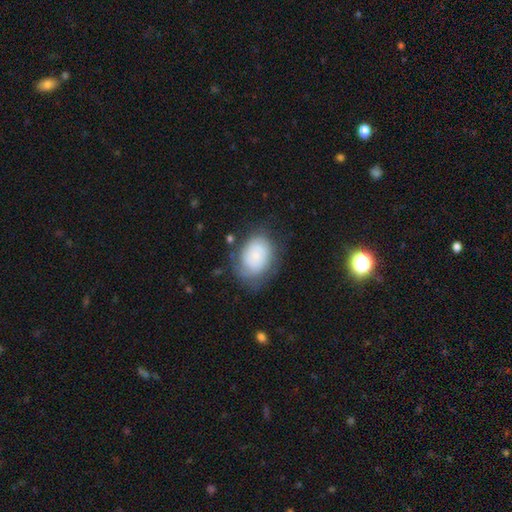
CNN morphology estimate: Smooth or featured? smooth (61%)
How rounded? in between (64%)
Merging? none (60%)